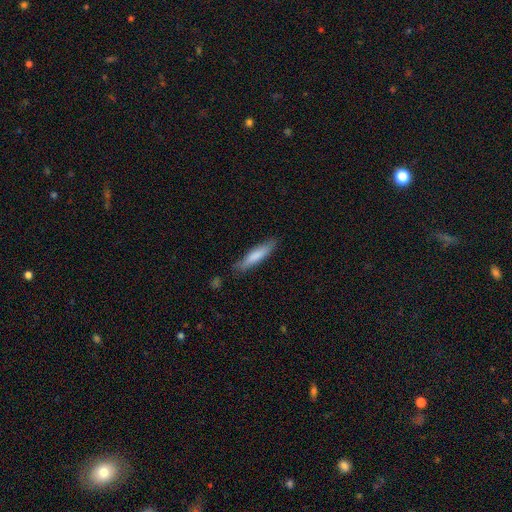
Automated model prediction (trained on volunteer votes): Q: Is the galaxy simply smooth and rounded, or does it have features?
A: smooth — 76%.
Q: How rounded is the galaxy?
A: cigar-shaped — 84%.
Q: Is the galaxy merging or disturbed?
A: none — 79%.